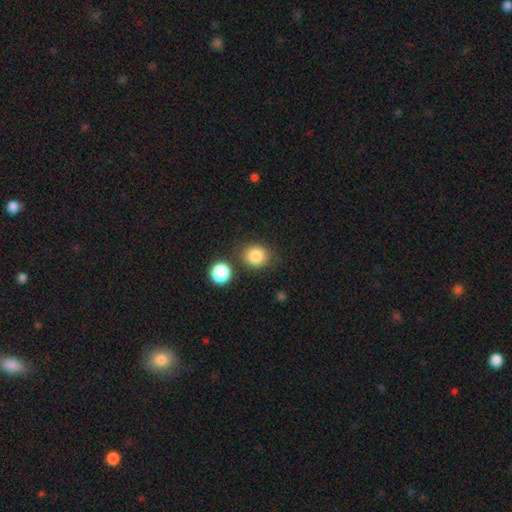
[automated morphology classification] A smooth galaxy with no disk features (84%) that is round (77%).

Vote fractions:
- Smooth or featured? smooth: 84% / star or artifact: 10% / featured or disk: 6%
- How rounded? round: 77% / in between: 22% / cigar-shaped: 1%
- Merging? none: 76% / minor disturbance: 11% / merger: 9% / major disturbance: 4%